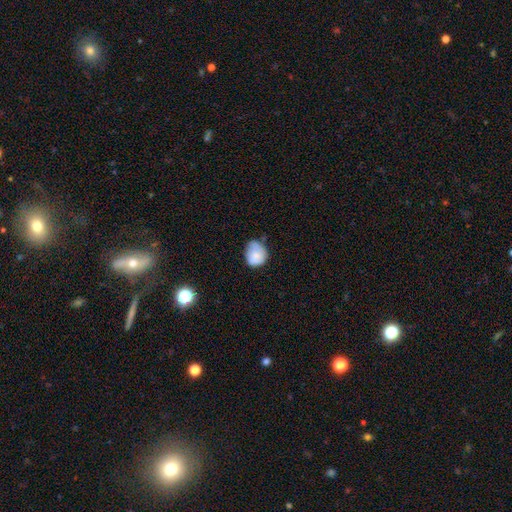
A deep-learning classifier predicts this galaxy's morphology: Smooth or featured? smooth (75%)
How rounded? round (61%)
Merging? none (48%)